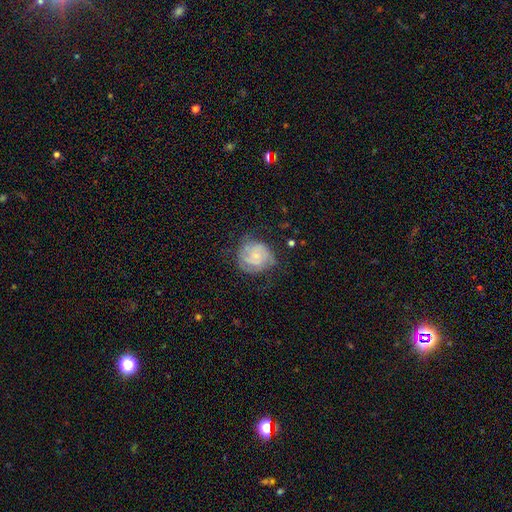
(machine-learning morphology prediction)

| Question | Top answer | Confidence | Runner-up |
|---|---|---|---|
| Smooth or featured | featured or disk | 64% | smooth (28%) |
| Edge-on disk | no | 98% | yes (2%) |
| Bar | no | 68% | weak (27%) |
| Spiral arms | yes | 87% | no (13%) |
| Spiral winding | tight | 53% | medium (35%) |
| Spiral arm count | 2 | 33% | tied: can't tell (33%) |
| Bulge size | small | 67% | moderate (18%) |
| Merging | none | 60% | minor disturbance (23%) |